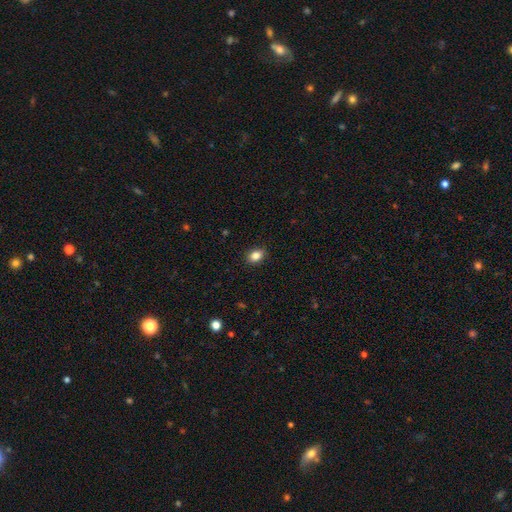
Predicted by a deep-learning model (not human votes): Overall: smooth (85%). How rounded: in between (69%; round 29%). Merging: none (88%).